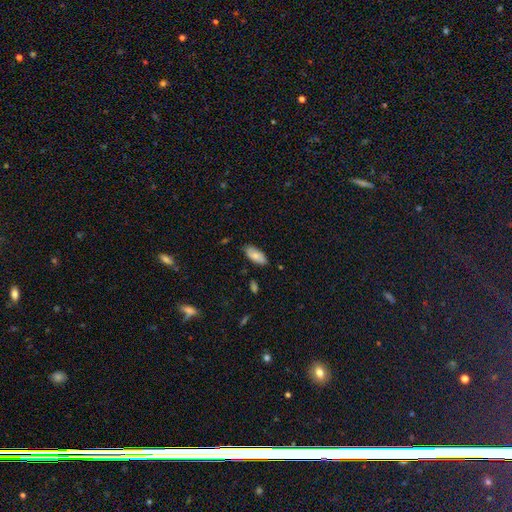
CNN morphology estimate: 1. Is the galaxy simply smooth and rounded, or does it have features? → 75% smooth, 19% featured or disk, 7% star or artifact.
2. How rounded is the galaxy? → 89% in between, 9% cigar-shaped, 2% round.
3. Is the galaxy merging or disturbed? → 82% none, 15% minor disturbance, 2% major disturbance, 2% merger.